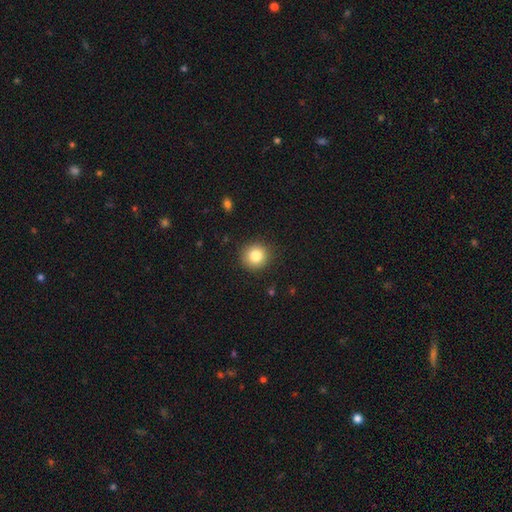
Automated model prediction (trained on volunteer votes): smooth_or_featured: smooth (p=0.83) [alt: star or artifact p=0.10]
how_rounded: round (p=0.91) [alt: in between p=0.08]
merging: none (p=0.90) [alt: minor disturbance p=0.07]